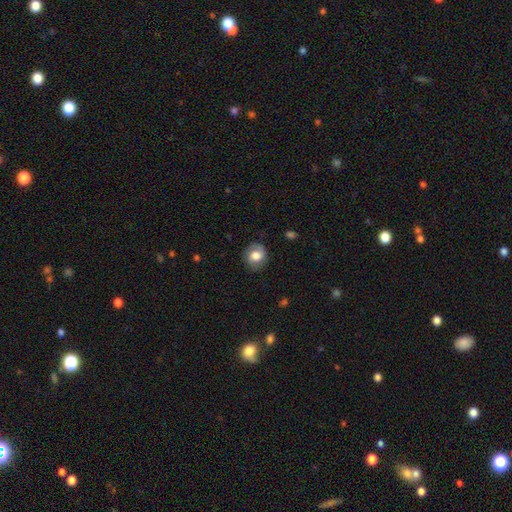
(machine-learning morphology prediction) Smooth or featured: smooth — 64% (featured or disk — 28%)
How rounded: round — 77% (in between — 22%)
Merging: none — 77% (minor disturbance — 16%)